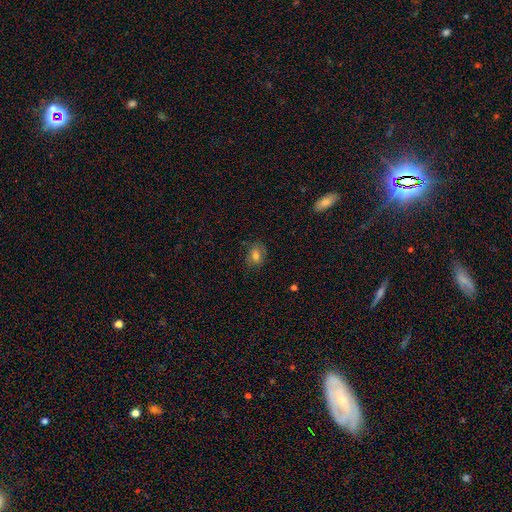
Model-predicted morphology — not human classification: smooth_or_featured: smooth (p=0.72) [alt: featured or disk p=0.15]
how_rounded: in between (p=0.66) [alt: round p=0.32]
merging: none (p=0.75) [alt: minor disturbance p=0.18]